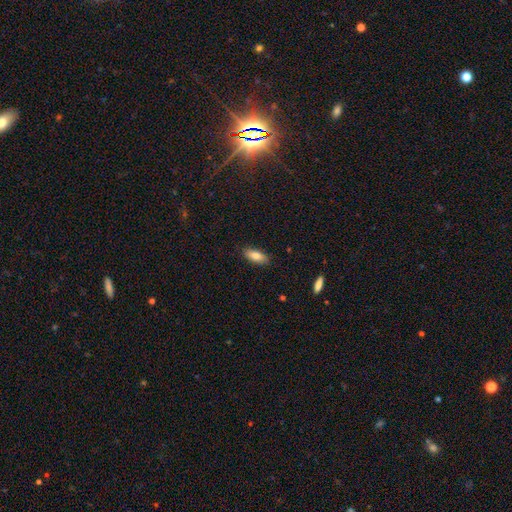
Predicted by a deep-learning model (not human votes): A smooth galaxy with no disk features (82%) that is in between round and cigar-shaped (79%).

Vote fractions:
- Smooth or featured? smooth: 82% / featured or disk: 12% / star or artifact: 7%
- How rounded? in between: 79% / cigar-shaped: 19% / round: 2%
- Merging? none: 87% / minor disturbance: 10% / major disturbance: 2% / merger: 1%